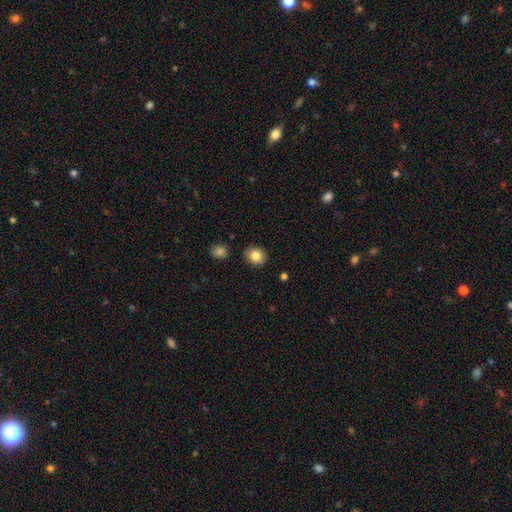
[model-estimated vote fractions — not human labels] Q: Smooth or featured?
A: smooth (84%); runner-up: star or artifact (9%)
Q: How rounded?
A: round (63%); runner-up: in between (36%)
Q: Merging?
A: none (88%); runner-up: minor disturbance (8%)